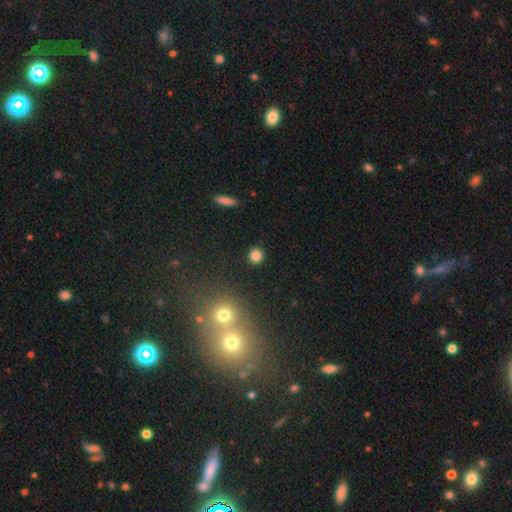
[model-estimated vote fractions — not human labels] A smooth galaxy with no disk features (83%) that is round (91%).

Vote fractions:
- Smooth or featured? smooth: 83% / star or artifact: 12% / featured or disk: 5%
- How rounded? round: 91% / in between: 8% / cigar-shaped: 1%
- Merging? none: 91% / minor disturbance: 6% / major disturbance: 2% / merger: 2%